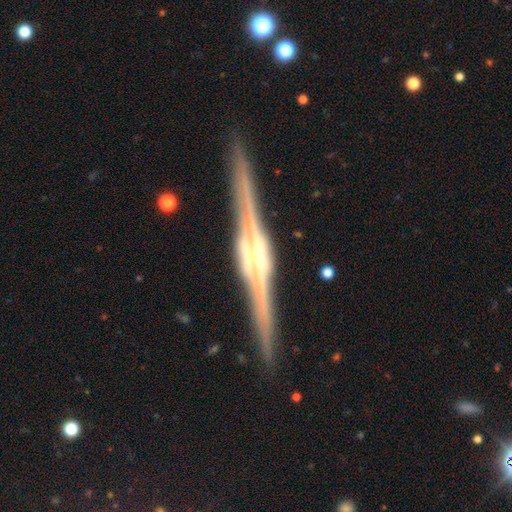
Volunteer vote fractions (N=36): smooth-or-featured: featured or disk: 97% | smooth: 3% | star or artifact: 0%
  disk-edge-on: yes: 100% | no: 0%
    edge-on-bulge: boxy: 60% | rounded: 37% | none: 3%
  merging: none: 97% | minor disturbance: 3% | major disturbance: 0% | merger: 0%